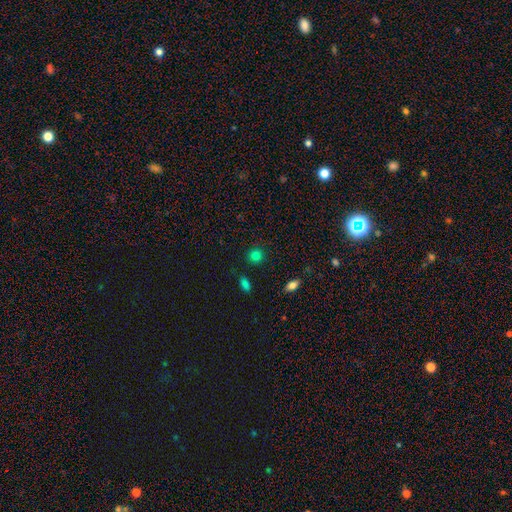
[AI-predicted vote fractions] Overall: smooth (82%). How rounded: round (87%). Merging: none (88%).